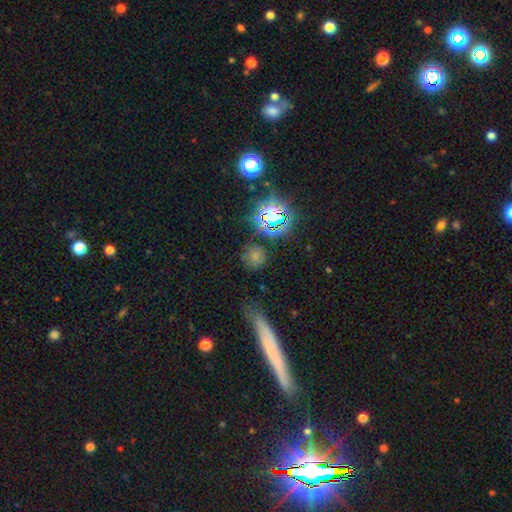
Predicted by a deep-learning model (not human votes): Smooth or featured?
  - smooth: 57% *
  - star or artifact: 32%
  - featured or disk: 11%
How rounded?
  - round: 86% *
  - in between: 13%
  - cigar-shaped: 1%
Merging?
  - none: 74% *
  - minor disturbance: 15%
  - major disturbance: 7%
  - merger: 4%